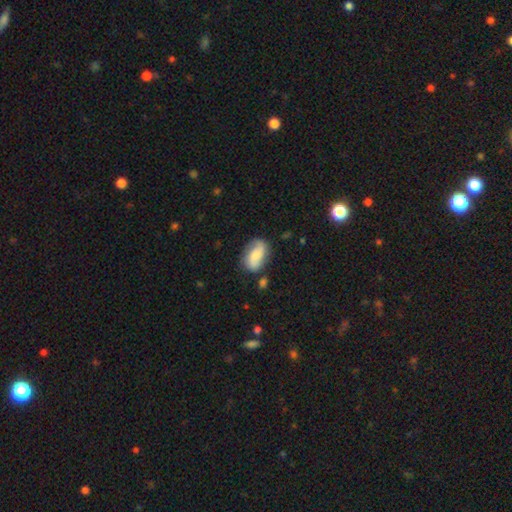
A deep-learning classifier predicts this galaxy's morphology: This is possibly a smooth galaxy (50%). Merging: likely none (67%).